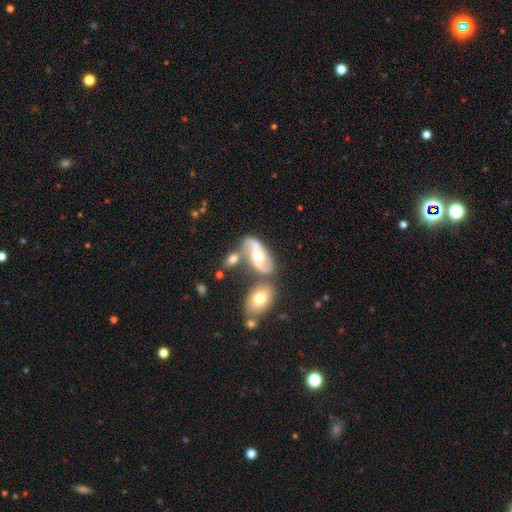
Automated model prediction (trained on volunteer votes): Overall: featured or disk (61%; smooth 31%). Edge-on disk: no (94%). Bar: no (69%). Spiral arms: yes (67%; no 33%). Bulge size: moderate (69%). Merging: merger (48%; none 30%).